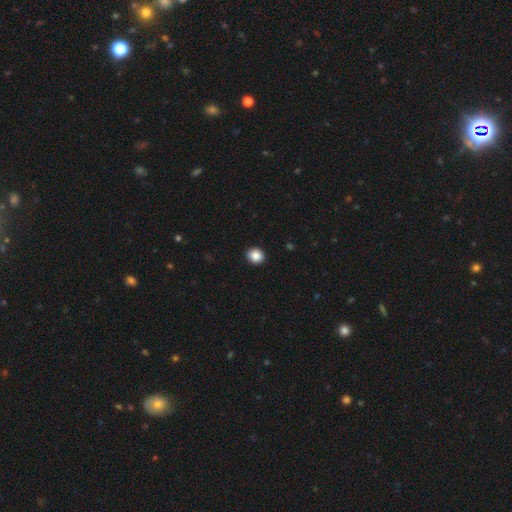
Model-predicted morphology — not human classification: The model was most divided on "how rounded": round: 85%, in between: 15%, cigar-shaped: 1%. More confident: merging — none (93%); smooth or featured — smooth (88%).